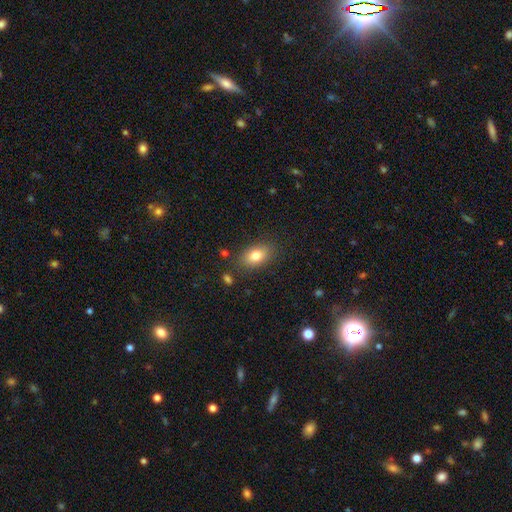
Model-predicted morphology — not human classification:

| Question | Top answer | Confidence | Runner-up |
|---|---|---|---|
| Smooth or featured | smooth | 79% | featured or disk (12%) |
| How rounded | in between | 85% | round (13%) |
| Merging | none | 83% | minor disturbance (12%) |